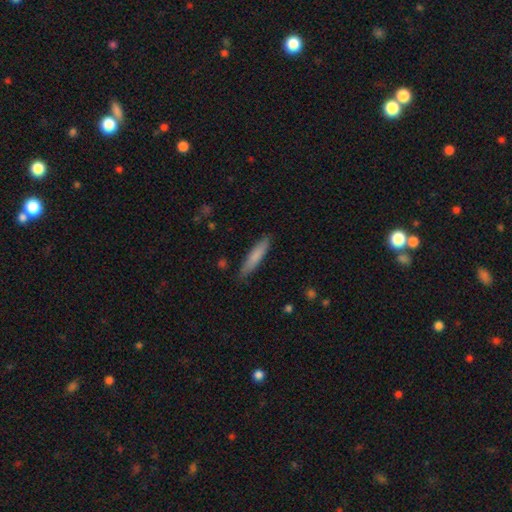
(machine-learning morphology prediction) Smooth or featured? Predicted: smooth (p=0.79). How rounded? Predicted: cigar-shaped (p=0.88). Merging? Predicted: none (p=0.87).